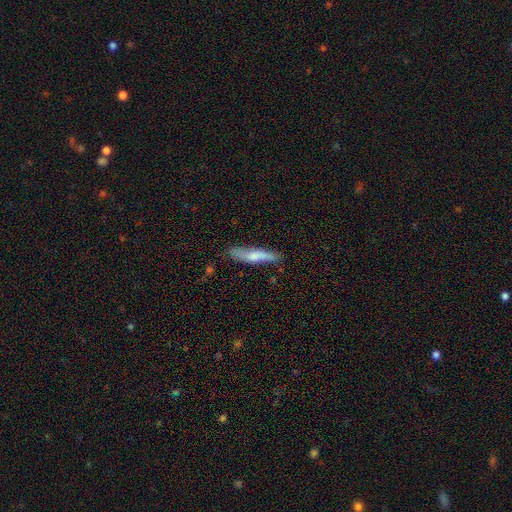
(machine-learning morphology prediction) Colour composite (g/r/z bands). It shows a smooth galaxy with no disk features (61%) that is cigar-shaped (87%). Merging: none (76%).